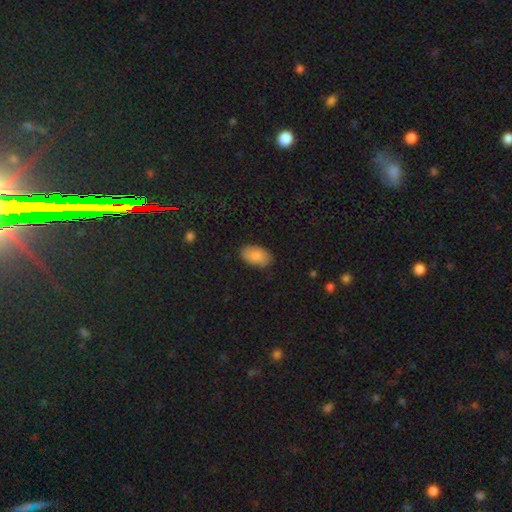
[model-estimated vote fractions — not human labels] This is clearly a smooth galaxy (87%). How rounded: clearly in between (94%). Merging: clearly none (83%).